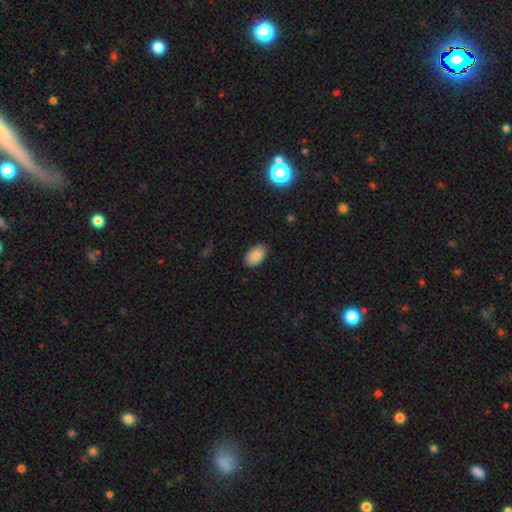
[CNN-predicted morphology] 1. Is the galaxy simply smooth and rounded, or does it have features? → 87% smooth, 8% star or artifact, 5% featured or disk.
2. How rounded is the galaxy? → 92% in between, 7% round, 1% cigar-shaped.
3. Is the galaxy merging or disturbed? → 86% none, 11% minor disturbance, 2% major disturbance, 1% merger.